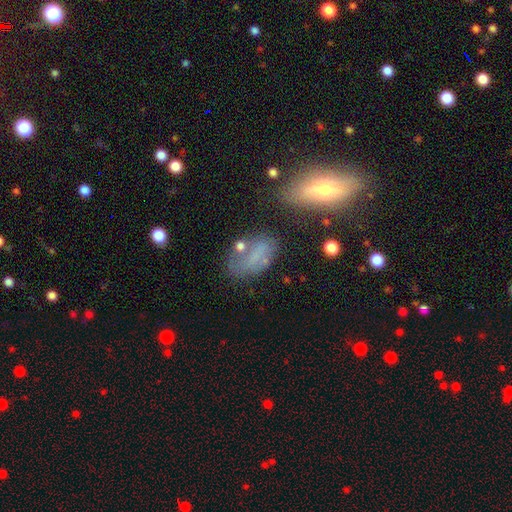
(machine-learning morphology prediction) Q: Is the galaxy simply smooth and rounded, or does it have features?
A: smooth — 57%.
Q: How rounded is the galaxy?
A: in between — 87%.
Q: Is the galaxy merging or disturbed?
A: none — 52%.